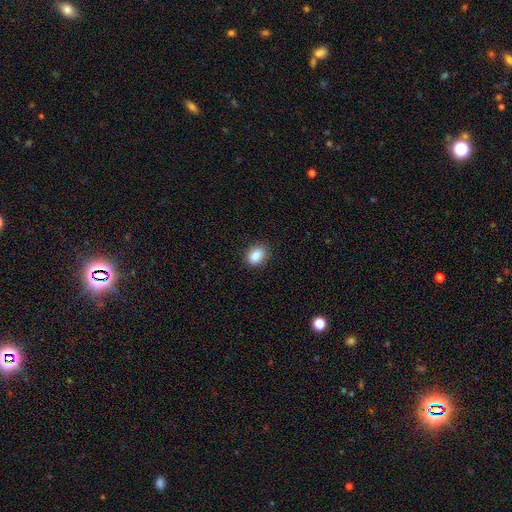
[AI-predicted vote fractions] Smooth or featured? Predicted: smooth (p=0.87). How rounded? Predicted: in between (p=0.75). Merging? Predicted: none (p=0.87).